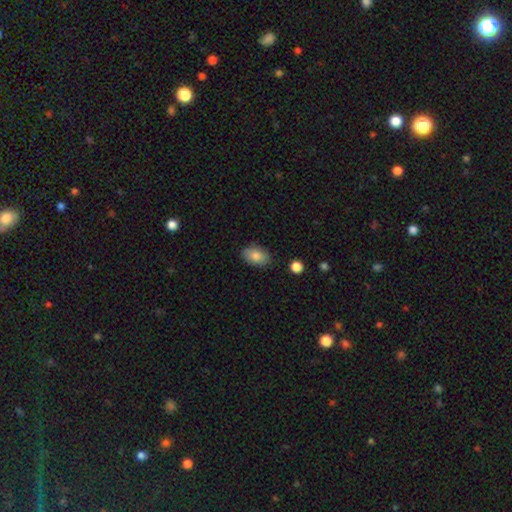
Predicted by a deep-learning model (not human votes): Smooth or featured: smooth — 84% (featured or disk — 9%)
How rounded: in between — 89% (round — 10%)
Merging: none — 84% (minor disturbance — 12%)